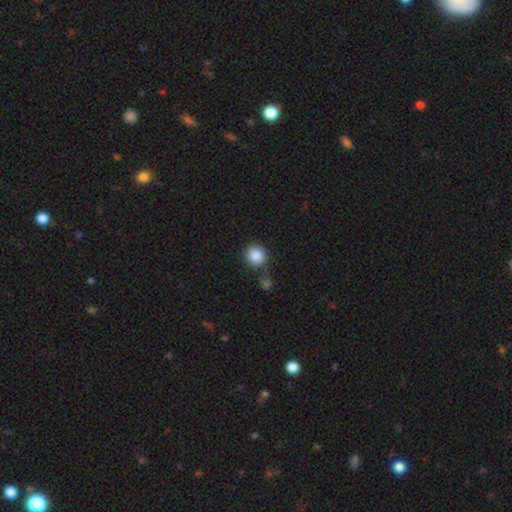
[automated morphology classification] Q: Smooth or featured?
A: smooth (88%); runner-up: star or artifact (9%)
Q: How rounded?
A: round (88%); runner-up: in between (11%)
Q: Merging?
A: none (77%); runner-up: minor disturbance (11%)